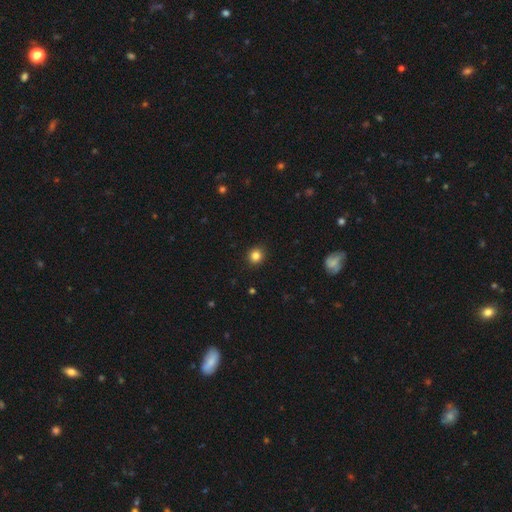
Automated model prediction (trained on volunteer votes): Smooth or featured? smooth (84%)
How rounded? round (85%)
Merging? none (91%)